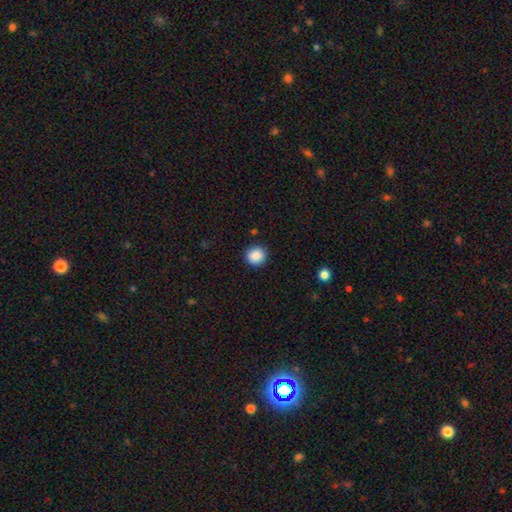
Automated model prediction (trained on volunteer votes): A smooth galaxy with no disk features (88%) that is round (90%).

Vote fractions:
- Smooth or featured? smooth: 88% / star or artifact: 9% / featured or disk: 3%
- How rounded? round: 90% / in between: 9% / cigar-shaped: 1%
- Merging? none: 91% / minor disturbance: 6% / major disturbance: 2% / merger: 1%